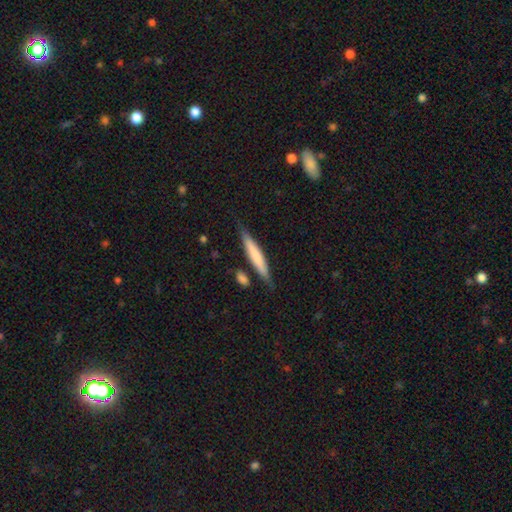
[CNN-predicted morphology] Q: Smooth or featured?
A: smooth (63%); runner-up: featured or disk (32%)
Q: How rounded?
A: cigar-shaped (92%); runner-up: in between (7%)
Q: Merging?
A: none (79%); runner-up: minor disturbance (13%)